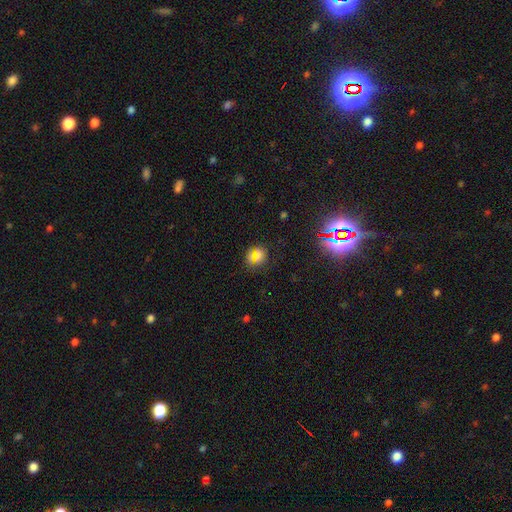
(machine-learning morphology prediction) The model was most divided on "smooth or featured": smooth: 54%, star or artifact: 37%, featured or disk: 9%. More confident: merging — none (80%); how rounded — round (78%).